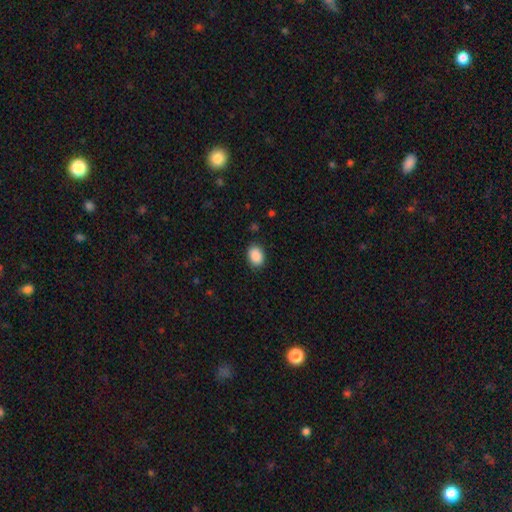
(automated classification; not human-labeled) The model was most divided on "how rounded": in between: 76%, round: 23%, cigar-shaped: 1%. More confident: smooth or featured — smooth (90%); merging — none (87%).